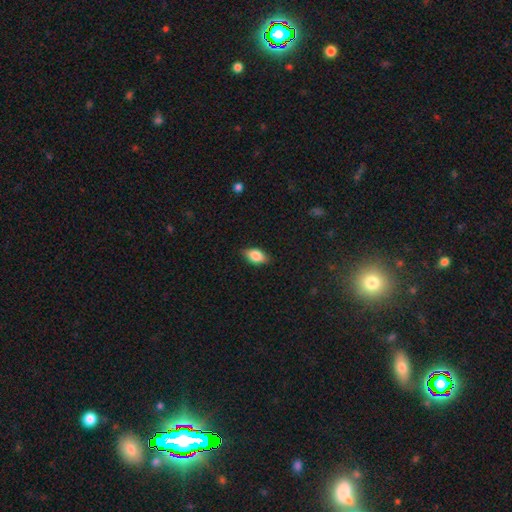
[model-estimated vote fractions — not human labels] smooth-or-featured: smooth: 82% | featured or disk: 11% | star or artifact: 7%
  how-rounded: in between: 89% | round: 7% | cigar-shaped: 5%
  merging: none: 84% | minor disturbance: 13% | major disturbance: 2% | merger: 1%